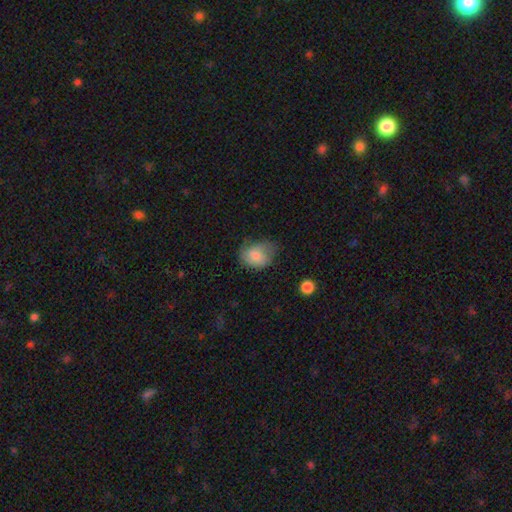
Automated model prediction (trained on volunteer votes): smooth-or-featured: smooth: 75% | featured or disk: 17% | star or artifact: 8%
  how-rounded: in between: 56% | round: 43% | cigar-shaped: 1%
  merging: none: 44% | minor disturbance: 37% | major disturbance: 17% | merger: 2%